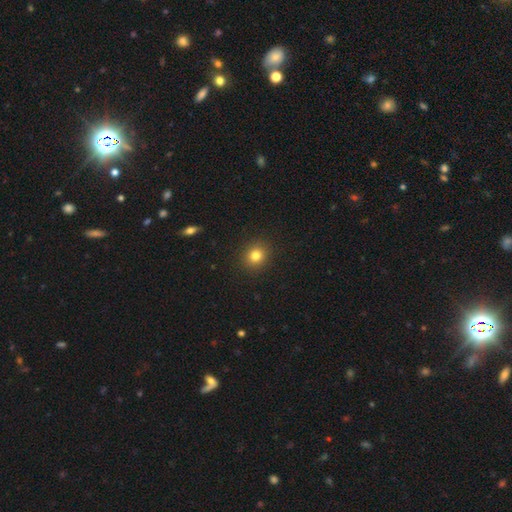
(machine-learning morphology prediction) A smooth galaxy with no disk features (81%) that is round (82%).

Vote fractions:
- Smooth or featured? smooth: 81% / star or artifact: 12% / featured or disk: 7%
- How rounded? round: 82% / in between: 17% / cigar-shaped: 1%
- Merging? none: 91% / minor disturbance: 6% / major disturbance: 2% / merger: 1%